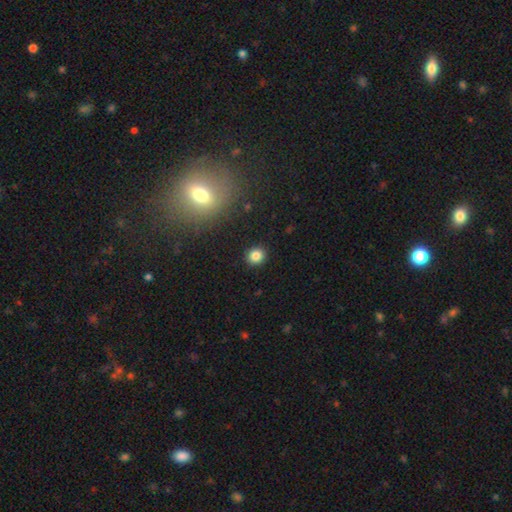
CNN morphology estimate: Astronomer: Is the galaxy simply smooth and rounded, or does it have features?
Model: smooth — 84%.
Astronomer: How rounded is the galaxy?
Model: round — 85%.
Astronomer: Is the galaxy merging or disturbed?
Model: none — 91%.